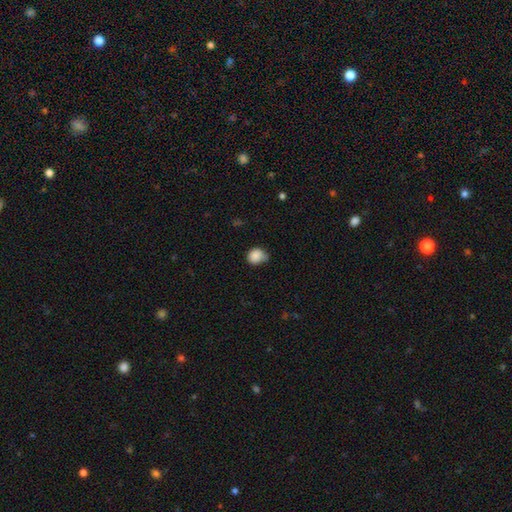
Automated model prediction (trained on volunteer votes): This is clearly a smooth galaxy (87%). How rounded: likely round (68%). Merging: possibly none (49%).